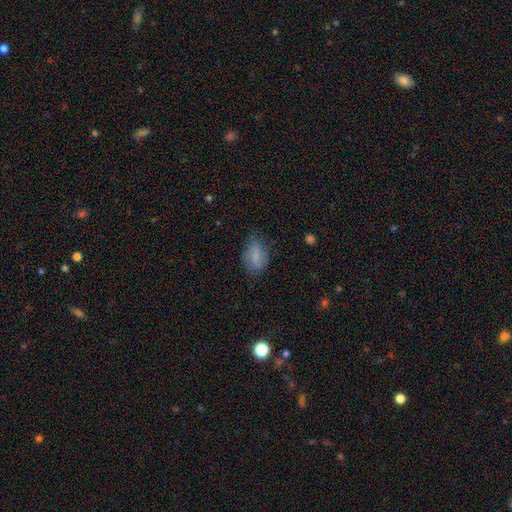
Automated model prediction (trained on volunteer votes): A smooth galaxy with no disk features (72%) that is in between round and cigar-shaped (87%). Merging: none (63%).